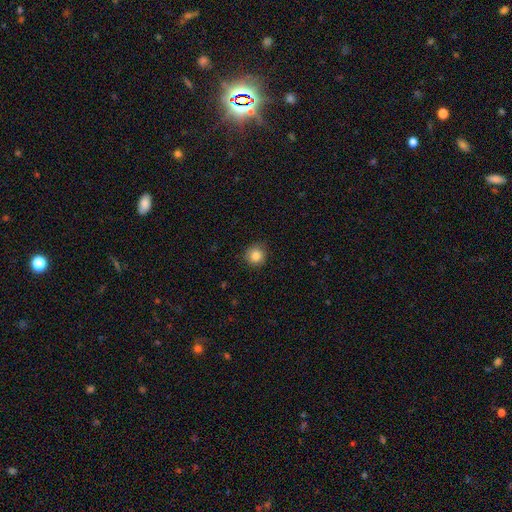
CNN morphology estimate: type=smooth (85%); roundness=round (92%); merging=none (84%).